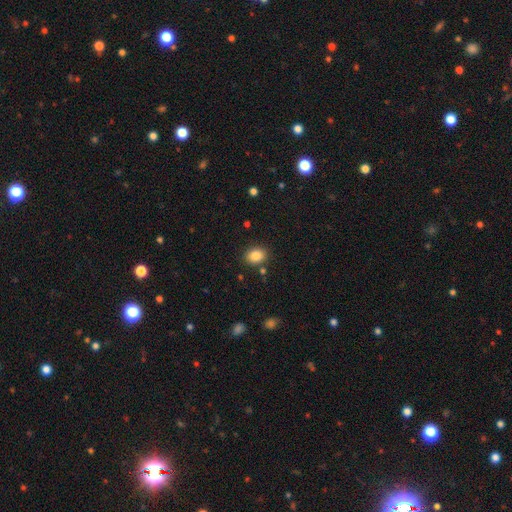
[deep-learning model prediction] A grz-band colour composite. It shows a smooth galaxy with no disk features (85%) that is in between round and cigar-shaped (62%). Merging: none (85%).